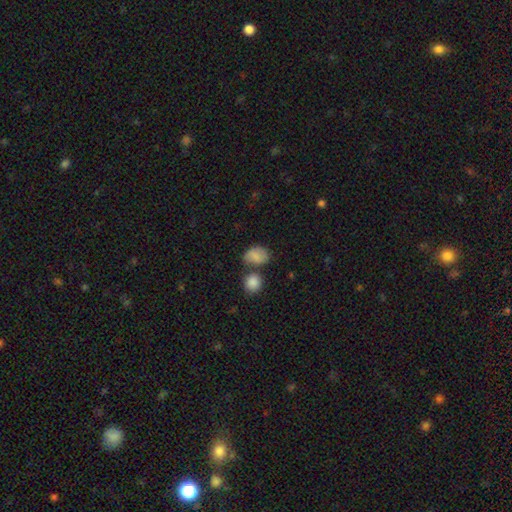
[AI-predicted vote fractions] Smooth or featured? smooth (79%)
How rounded? in between (70%)
Merging? none (47%)